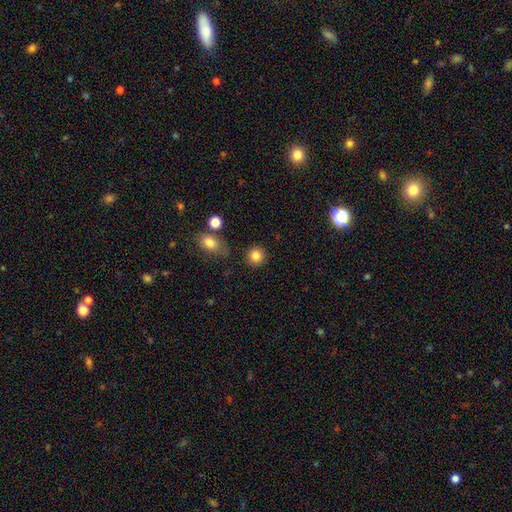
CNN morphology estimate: Smooth or featured? Predicted: smooth (p=0.84). How rounded? Predicted: round (p=0.90). Merging? Predicted: none (p=0.87).